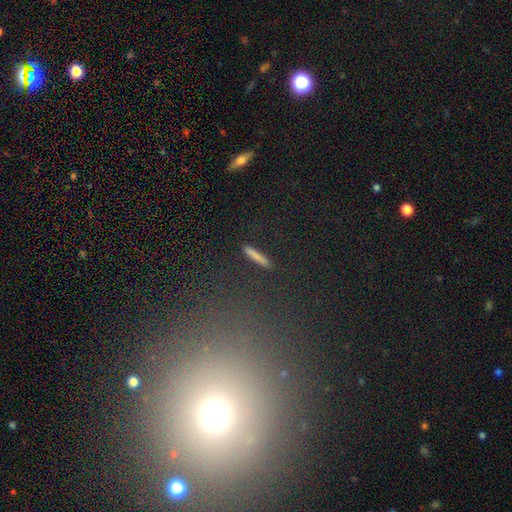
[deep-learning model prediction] Smooth or featured? Predicted: smooth (p=0.75). How rounded? Predicted: cigar-shaped (p=0.90). Merging? Predicted: none (p=0.89).